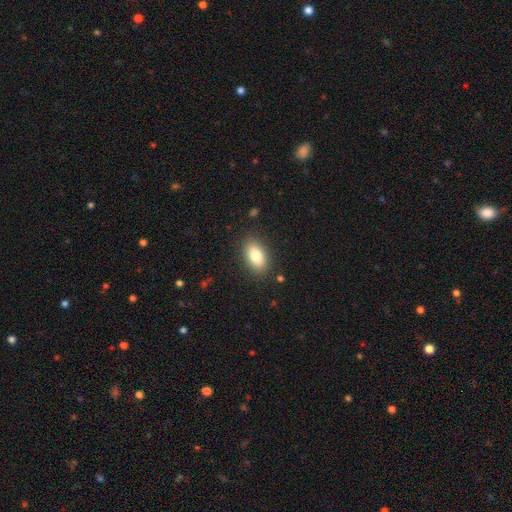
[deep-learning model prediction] Smooth or featured?
  - smooth: 81% *
  - featured or disk: 11%
  - star or artifact: 8%
How rounded?
  - in between: 89% *
  - round: 6%
  - cigar-shaped: 4%
Merging?
  - none: 87% *
  - minor disturbance: 9%
  - major disturbance: 3%
  - merger: 1%